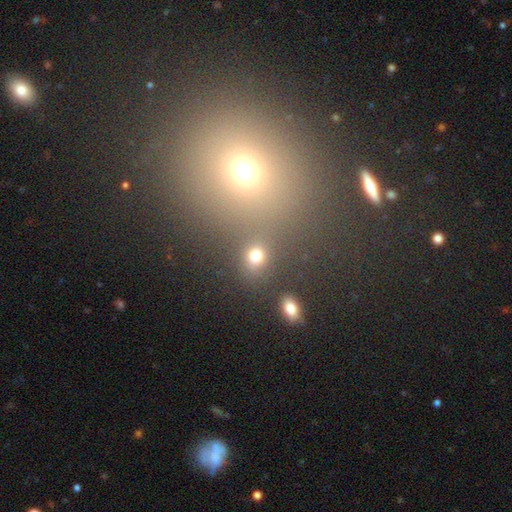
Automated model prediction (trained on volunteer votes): Overall: smooth (73%). How rounded: round (64%; in between 34%). Merging: none (76%).